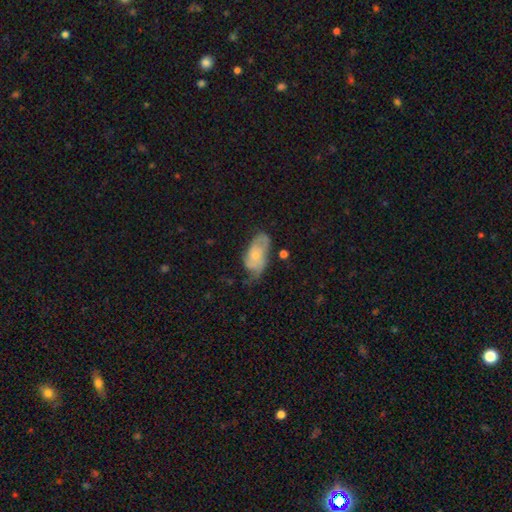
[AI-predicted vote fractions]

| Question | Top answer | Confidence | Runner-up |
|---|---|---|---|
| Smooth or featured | featured or disk | 54% | smooth (39%) |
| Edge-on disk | no | 94% | yes (6%) |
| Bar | no | 78% | weak (19%) |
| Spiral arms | yes | 79% | no (21%) |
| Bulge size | small | 61% | moderate (32%) |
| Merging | none | 44% | minor disturbance (35%) |